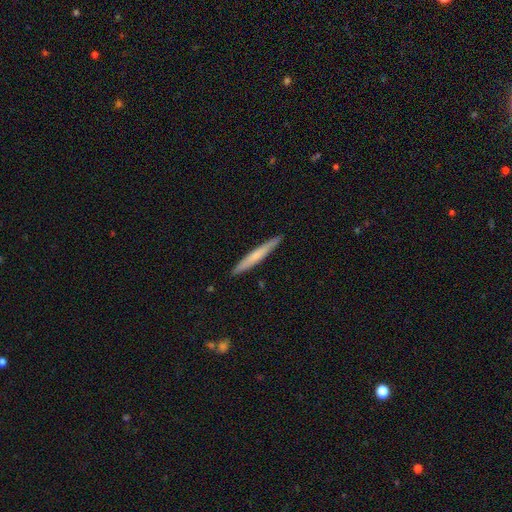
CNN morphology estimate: The model was most divided on "smooth or featured": smooth: 58%, featured or disk: 36%, star or artifact: 5%. More confident: how rounded — cigar-shaped (96%); merging — none (91%).